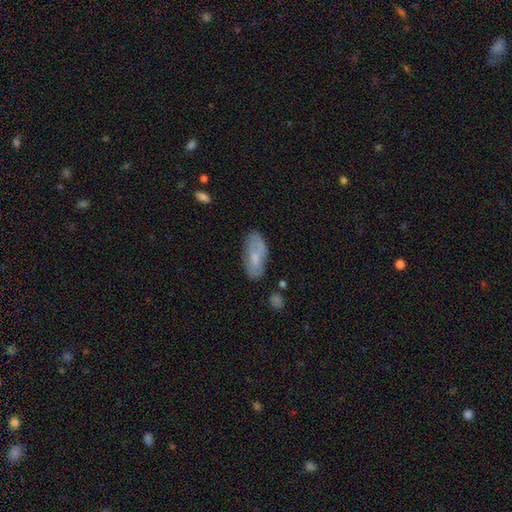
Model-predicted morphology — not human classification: A smooth galaxy with no disk features (63%) that is in between round and cigar-shaped (85%). Merging: none (69%).